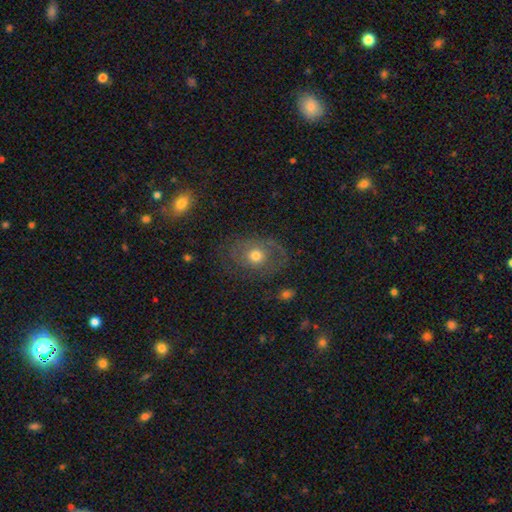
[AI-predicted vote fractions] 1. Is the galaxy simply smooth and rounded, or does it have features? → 45% smooth, 42% featured or disk, 12% star or artifact.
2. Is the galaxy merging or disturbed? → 65% none, 18% minor disturbance, 14% major disturbance, 2% merger.